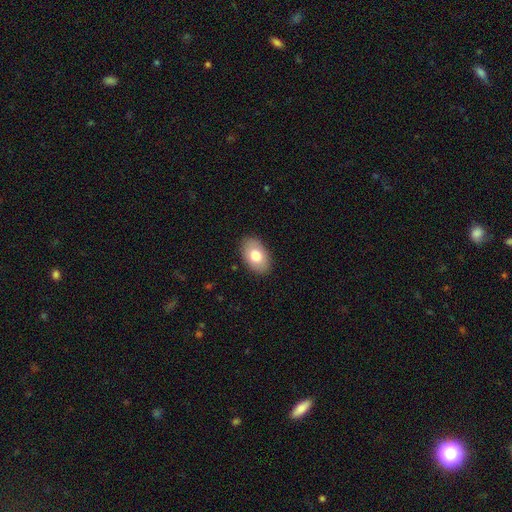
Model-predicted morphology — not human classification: Smooth or featured? smooth (77%)
How rounded? in between (91%)
Merging? none (87%)